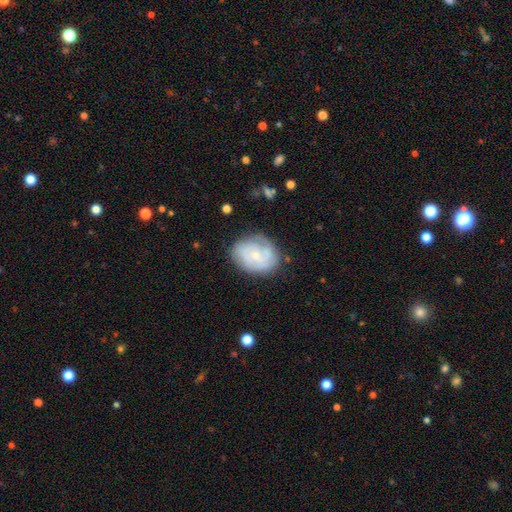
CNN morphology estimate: Overall: featured or disk (59%; smooth 34%). Edge-on disk: no (97%). Bar: no (71%). Spiral arms: yes (80%). Bulge size: small (71%). Merging: none (69%).